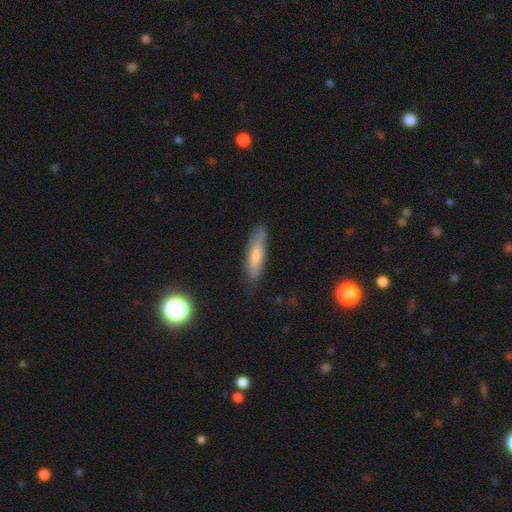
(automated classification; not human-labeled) A smooth galaxy with no disk features (62%) that is cigar-shaped (64%).

Vote fractions:
- Smooth or featured? smooth: 62% / featured or disk: 29% / star or artifact: 9%
- How rounded? cigar-shaped: 64% / in between: 33% / round: 2%
- Merging? none: 71% / minor disturbance: 22% / major disturbance: 5% / merger: 2%